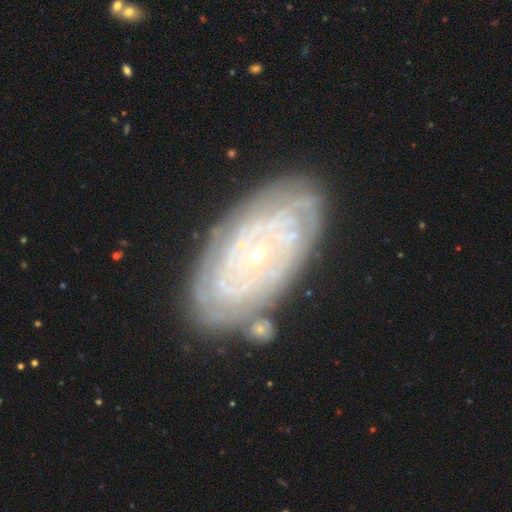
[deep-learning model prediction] Overall: featured or disk (83%). Edge-on disk: no (94%). Bar: no (77%). Spiral arms: yes (91%). Spiral arm count: can't tell (46%; 2 13%). Spiral winding: tight (86%). Bulge size: small (85%). Merging: none (76%).